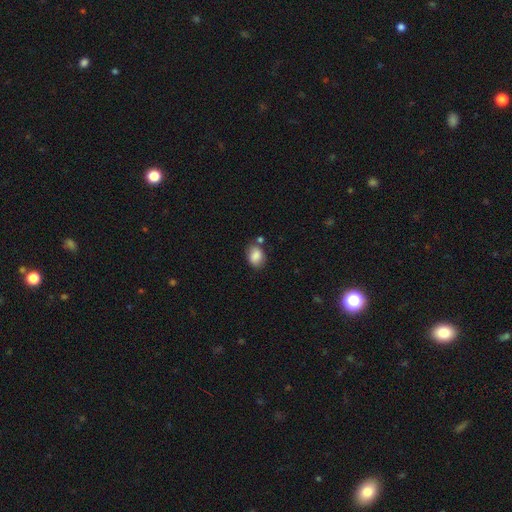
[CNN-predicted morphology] This appears to be a smooth galaxy with no disk features (85%) that is in between round and cigar-shaped (68%). Merging: none (66%).